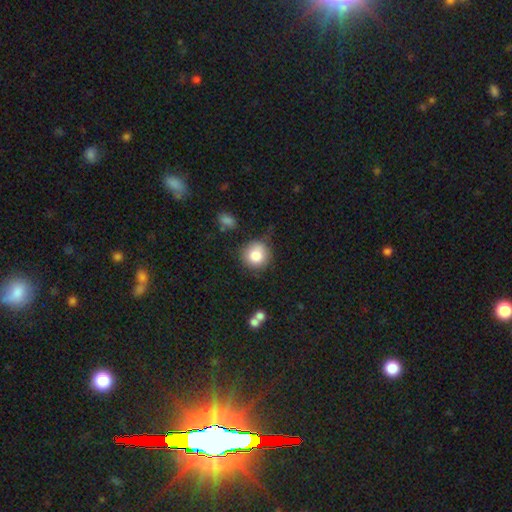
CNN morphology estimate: Smooth or featured? Predicted: smooth (p=0.83). How rounded? Predicted: round (p=0.91). Merging? Predicted: none (p=0.74).